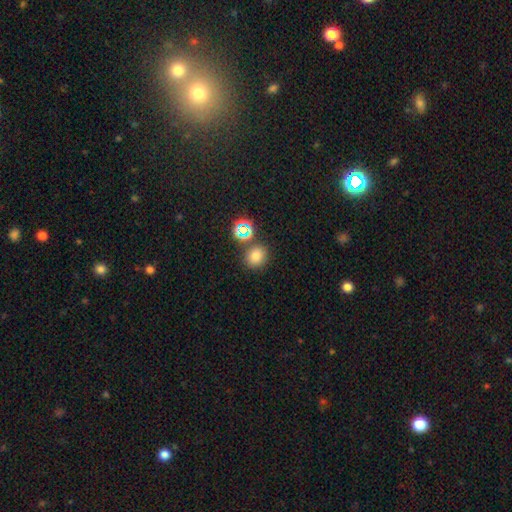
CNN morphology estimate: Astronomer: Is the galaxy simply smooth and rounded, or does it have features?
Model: smooth — 74%.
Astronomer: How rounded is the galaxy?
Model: round — 73%.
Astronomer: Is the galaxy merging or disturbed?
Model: none — 76%.